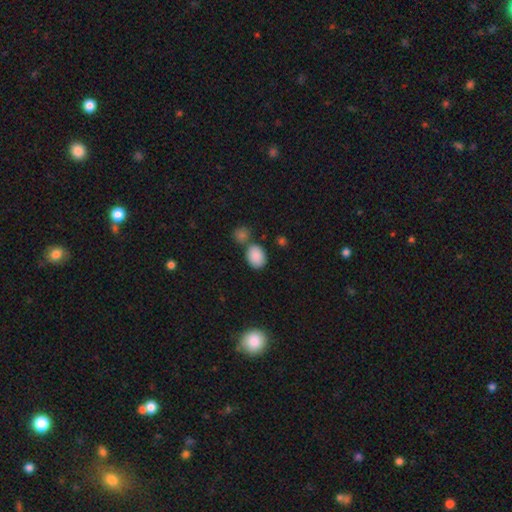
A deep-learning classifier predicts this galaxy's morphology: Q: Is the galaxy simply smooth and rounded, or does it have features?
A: smooth — 87%.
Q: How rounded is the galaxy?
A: in between — 72%.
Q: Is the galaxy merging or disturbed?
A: none — 61%.